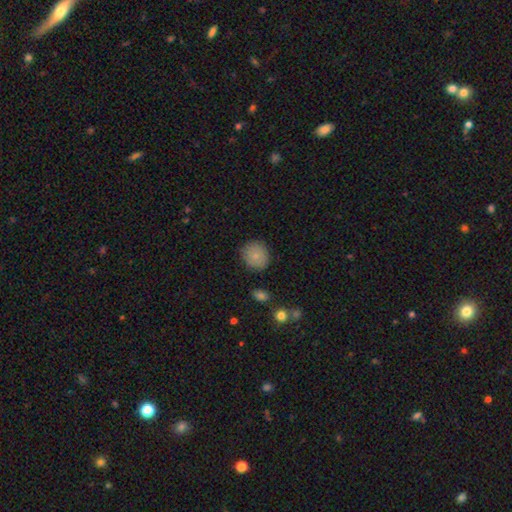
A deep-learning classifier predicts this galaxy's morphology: Q: Smooth or featured?
A: smooth (80%); runner-up: featured or disk (11%)
Q: How rounded?
A: round (84%); runner-up: in between (15%)
Q: Merging?
A: none (84%); runner-up: minor disturbance (11%)